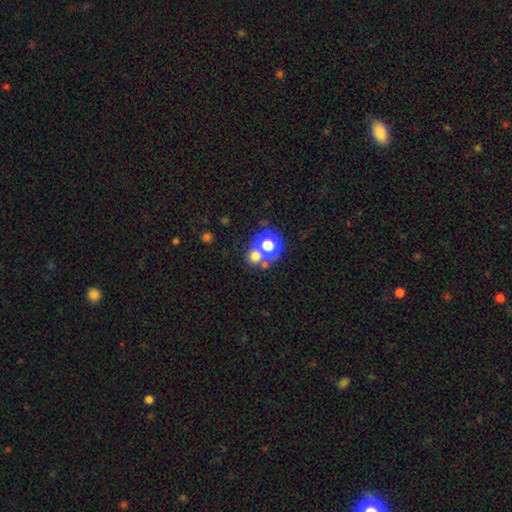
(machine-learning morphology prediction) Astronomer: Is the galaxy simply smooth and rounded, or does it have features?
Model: smooth — 65%.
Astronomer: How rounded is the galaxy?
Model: round — 87%.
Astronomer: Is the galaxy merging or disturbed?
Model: none — 54% (runner-up: merger, 35%).